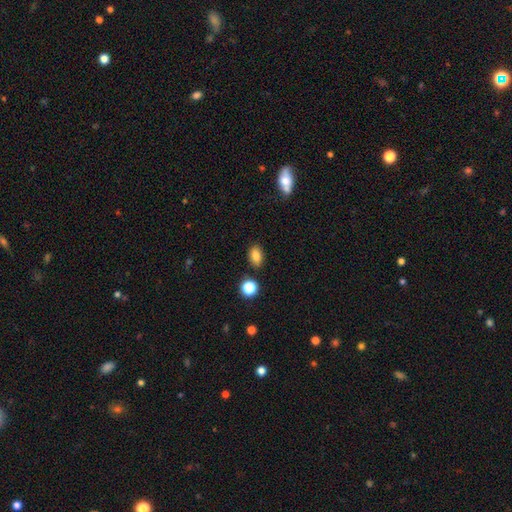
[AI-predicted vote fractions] smooth_or_featured: smooth (p=0.82) [alt: star or artifact p=0.11]
how_rounded: in between (p=0.81) [alt: round p=0.17]
merging: none (p=0.85) [alt: minor disturbance p=0.09]